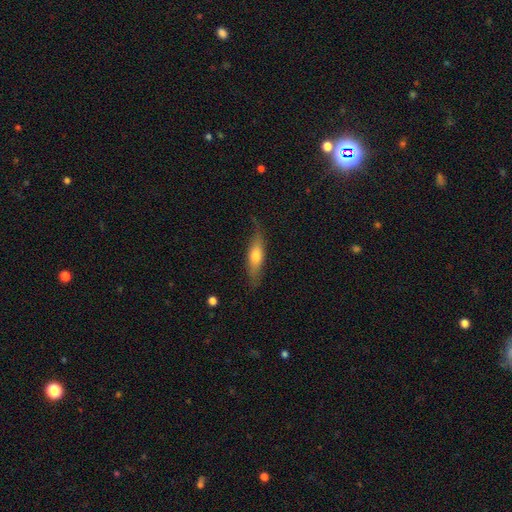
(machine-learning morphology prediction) type=smooth (56%); roundness=cigar-shaped (63%); merging=none (74%).